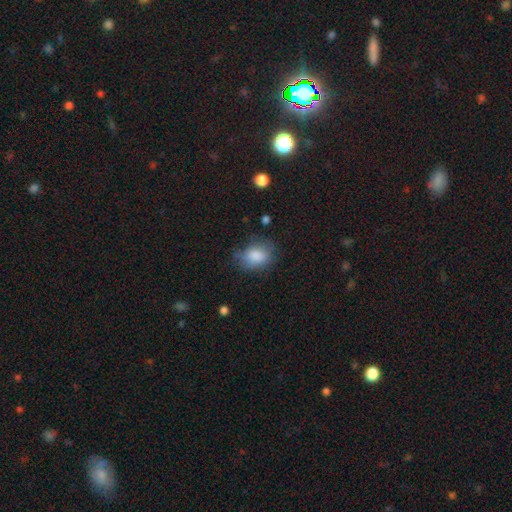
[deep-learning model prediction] smooth 82%, featured or disk 9%, star or artifact 9%. Down the decision tree: how rounded — in between (73%); merging — none (63%).